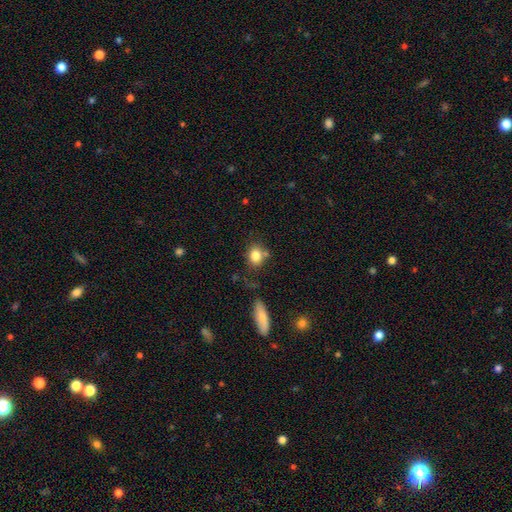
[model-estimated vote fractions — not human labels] Smooth or featured? smooth (82%)
How rounded? round (55%)
Merging? none (66%)